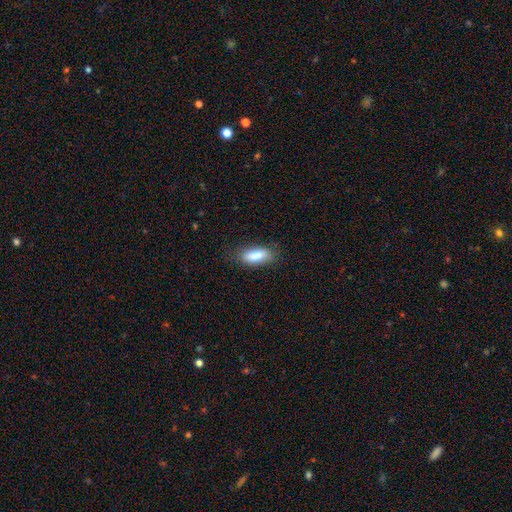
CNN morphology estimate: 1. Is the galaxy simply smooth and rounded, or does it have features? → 82% smooth, 11% featured or disk, 7% star or artifact.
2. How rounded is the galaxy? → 73% in between, 25% cigar-shaped, 2% round.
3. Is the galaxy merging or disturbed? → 75% none, 18% minor disturbance, 5% major disturbance, 2% merger.